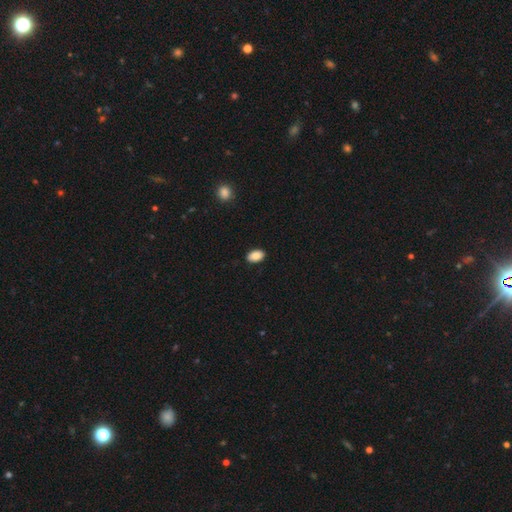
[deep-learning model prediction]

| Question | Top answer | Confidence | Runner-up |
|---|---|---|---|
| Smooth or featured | smooth | 88% | star or artifact (8%) |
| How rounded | in between | 92% | round (6%) |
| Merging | none | 89% | minor disturbance (9%) |